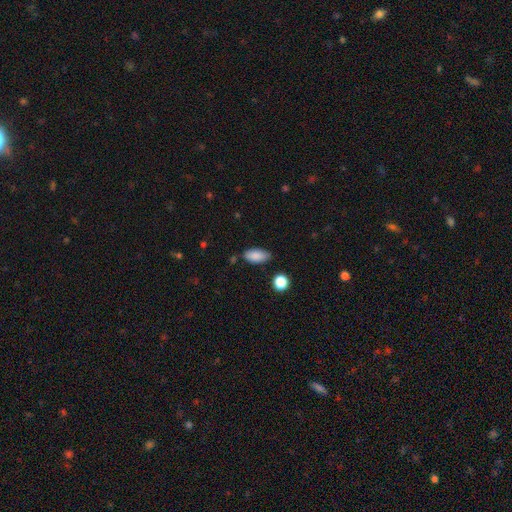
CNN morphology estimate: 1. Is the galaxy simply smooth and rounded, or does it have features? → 88% smooth, 7% star or artifact, 5% featured or disk.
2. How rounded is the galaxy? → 91% in between, 6% cigar-shaped, 3% round.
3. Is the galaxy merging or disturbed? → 79% none, 15% minor disturbance, 3% major disturbance, 3% merger.